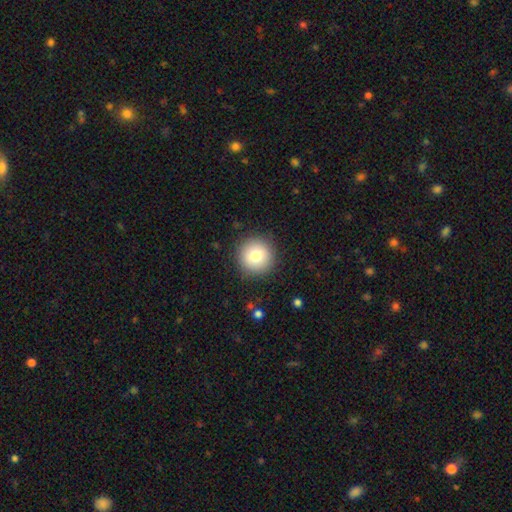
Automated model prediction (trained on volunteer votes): This is likely a smooth galaxy (80%). How rounded: clearly round (95%). Merging: clearly none (89%).